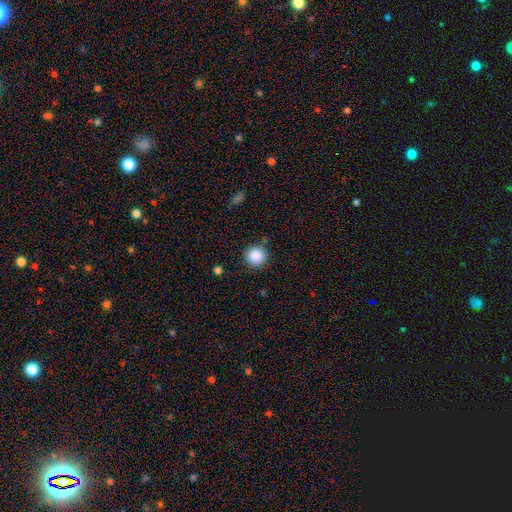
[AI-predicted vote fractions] Morphology: type=smooth (87%); roundness=round (94%); merging=none (86%).